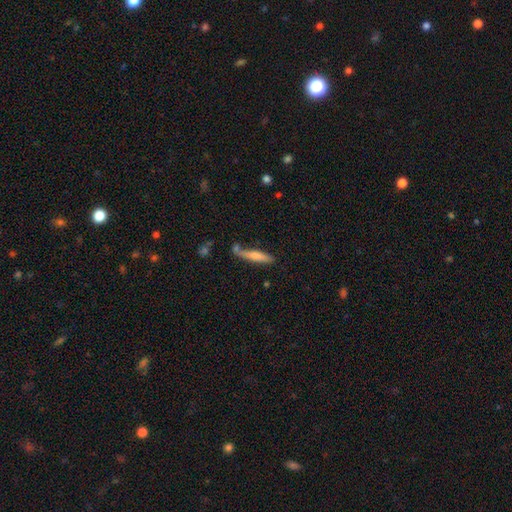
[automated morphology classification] A smooth galaxy with no disk features (66%) that is cigar-shaped (87%). Merging: none (60%).